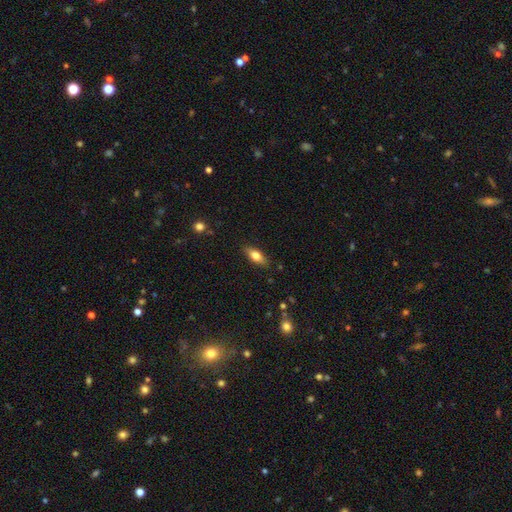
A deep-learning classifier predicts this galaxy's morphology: The model was most divided on "smooth or featured": smooth: 68%, featured or disk: 25%, star or artifact: 7%. More confident: merging — none (85%); how rounded — in between (73%).